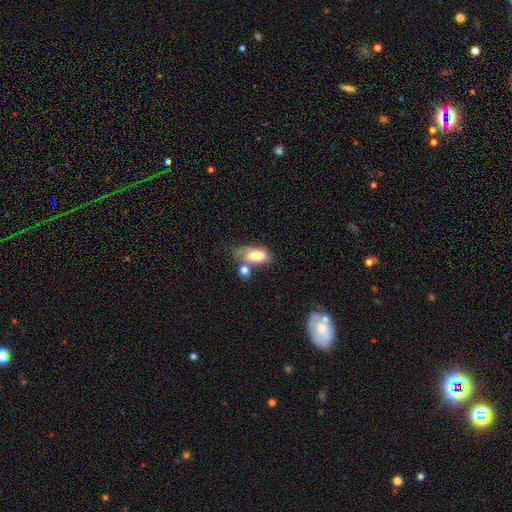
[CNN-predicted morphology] type=smooth (73%); roundness=in between (89%); merging=merger (40%).